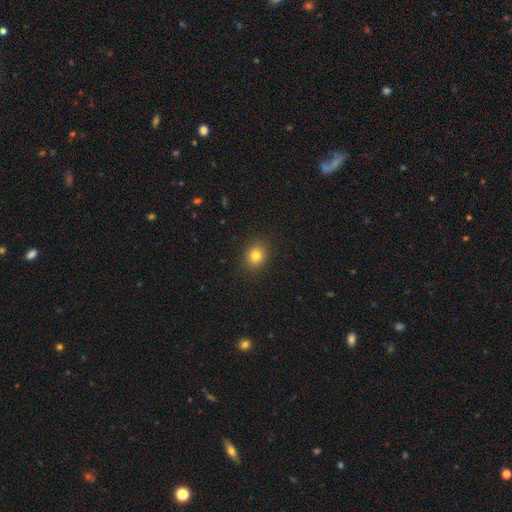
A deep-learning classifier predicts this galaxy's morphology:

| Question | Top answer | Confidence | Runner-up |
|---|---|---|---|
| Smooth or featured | smooth | 81% | star or artifact (12%) |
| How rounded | round | 68% | in between (31%) |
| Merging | none | 89% | minor disturbance (7%) |